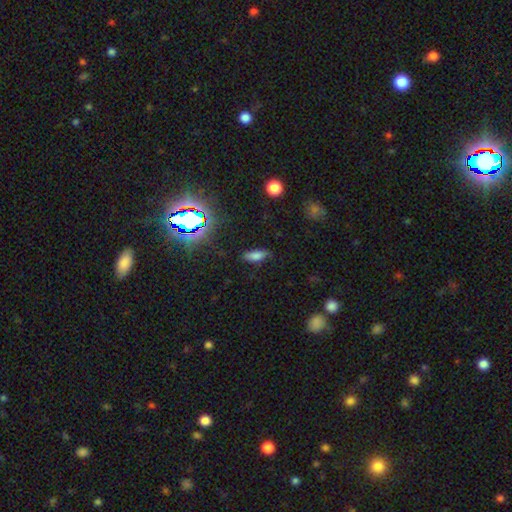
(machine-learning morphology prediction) Smooth or featured? smooth (70%)
How rounded? in between (73%)
Merging? none (76%)